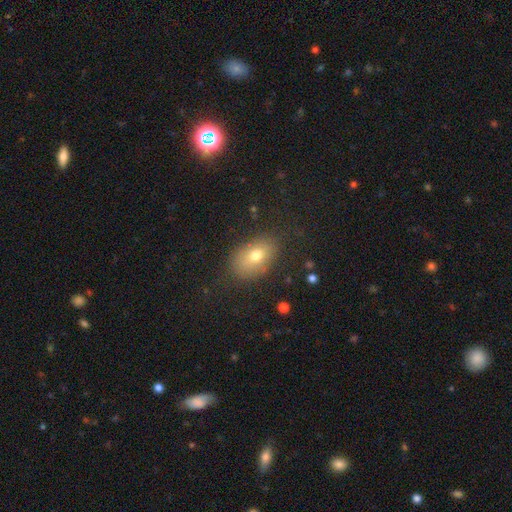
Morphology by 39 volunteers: smooth_or_featured: smooth (p=0.72) [alt: featured or disk p=0.23]
how_rounded: in between (p=0.89) [alt: round p=0.11]
merging: none (p=0.62) [alt: minor disturbance p=0.22]